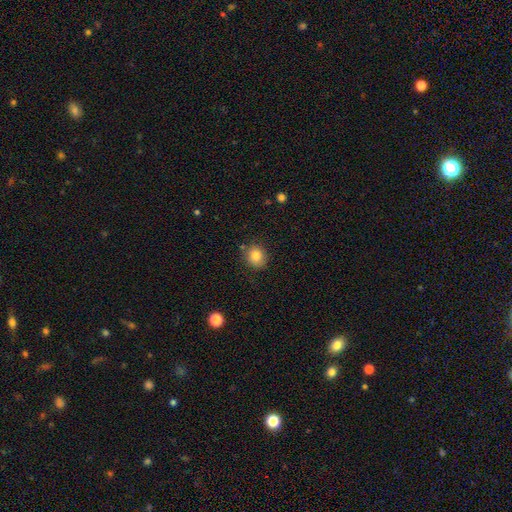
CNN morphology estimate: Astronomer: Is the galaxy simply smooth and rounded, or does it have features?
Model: smooth — 82%.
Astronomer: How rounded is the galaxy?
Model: round — 83%.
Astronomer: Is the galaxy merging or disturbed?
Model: none — 84%.